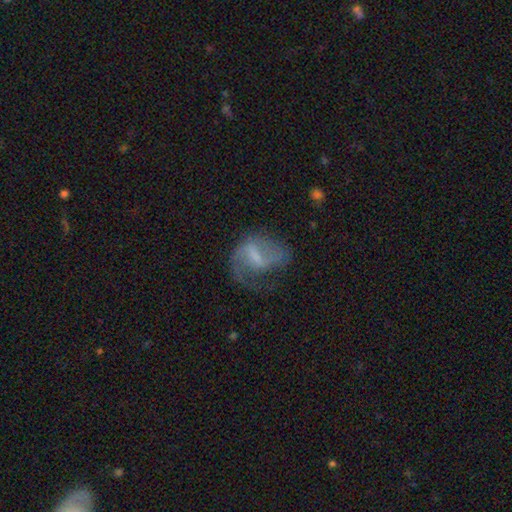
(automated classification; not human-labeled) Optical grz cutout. It shows a featured or disk galaxy (67%) with a weak bar (49%), 2 (56%) loose (46%) spiral arms (80%) and no central bulge (39%). Merging: none (40%).